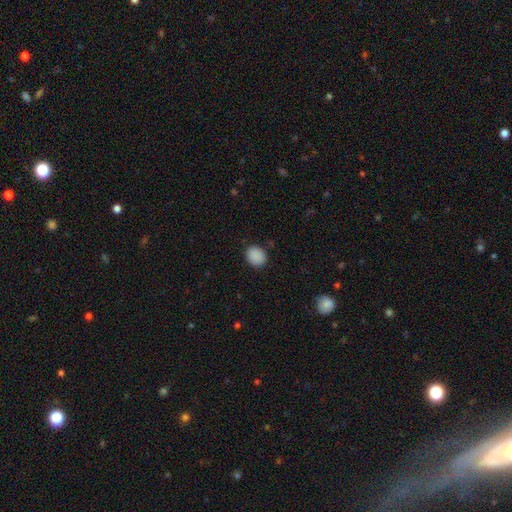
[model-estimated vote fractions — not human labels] Morphology: type=smooth (89%); roundness=round (57%); merging=none (87%).